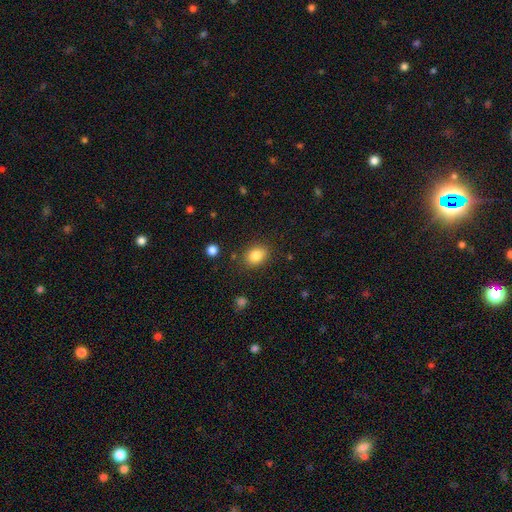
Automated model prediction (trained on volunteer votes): Smooth or featured?
  - smooth: 83% *
  - star or artifact: 10%
  - featured or disk: 7%
How rounded?
  - in between: 66% *
  - round: 33%
  - cigar-shaped: 1%
Merging?
  - none: 83% *
  - minor disturbance: 11%
  - major disturbance: 3%
  - merger: 2%